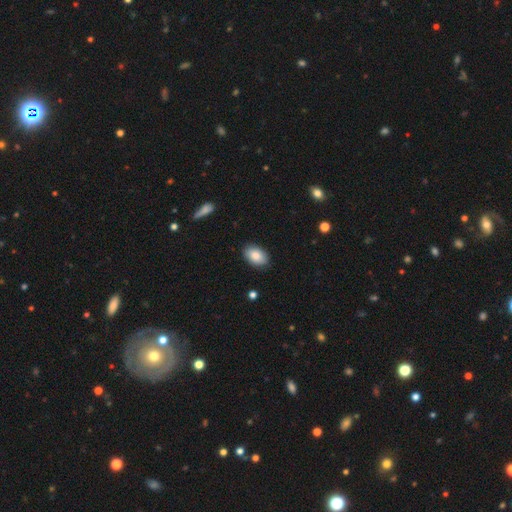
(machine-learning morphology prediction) Q: Smooth or featured?
A: smooth (85%); runner-up: featured or disk (8%)
Q: How rounded?
A: in between (91%); runner-up: round (8%)
Q: Merging?
A: none (88%); runner-up: minor disturbance (9%)